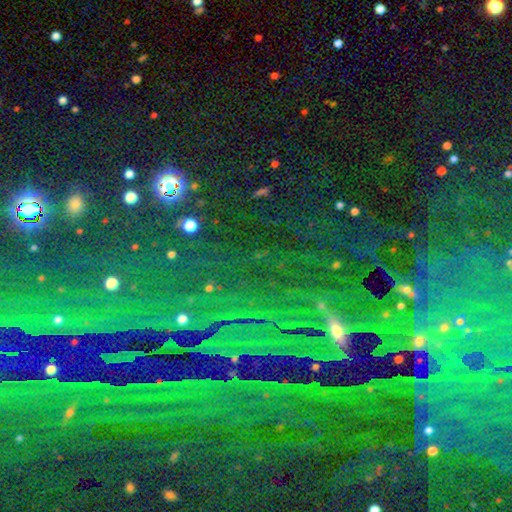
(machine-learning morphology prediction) A star or artifact, not a galaxy (76%).

Vote fractions:
- Smooth or featured? star or artifact: 76% / featured or disk: 12% / smooth: 12%